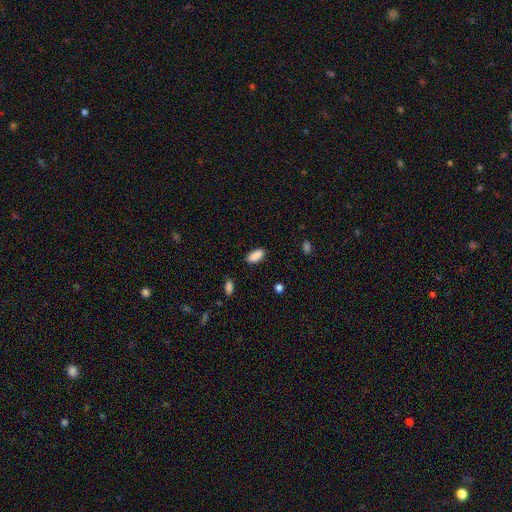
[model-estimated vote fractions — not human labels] Q: Smooth or featured?
A: smooth (89%); runner-up: star or artifact (7%)
Q: How rounded?
A: in between (92%); runner-up: cigar-shaped (5%)
Q: Merging?
A: none (84%); runner-up: minor disturbance (12%)